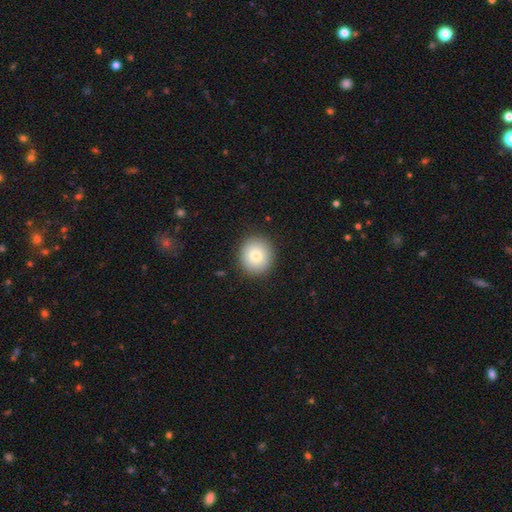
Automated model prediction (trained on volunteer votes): smooth_or_featured: smooth (p=0.80) [alt: featured or disk p=0.11]
how_rounded: round (p=0.91) [alt: in between p=0.08]
merging: none (p=0.90) [alt: minor disturbance p=0.07]